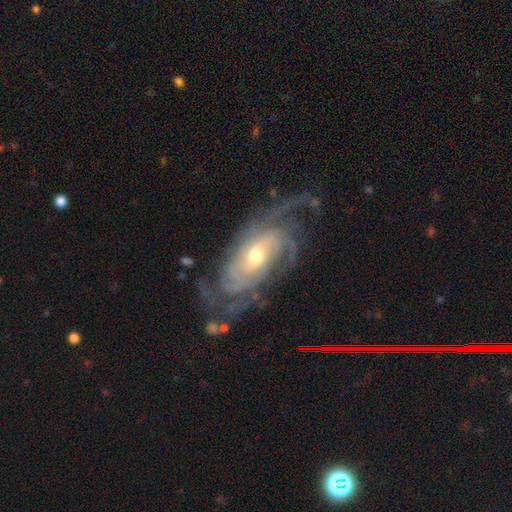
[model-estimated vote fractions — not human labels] A featured or disk galaxy (90%) with no bar (57%), tight (62%) spiral arms (97%) and a moderate central bulge (57%). Merging: none (68%).